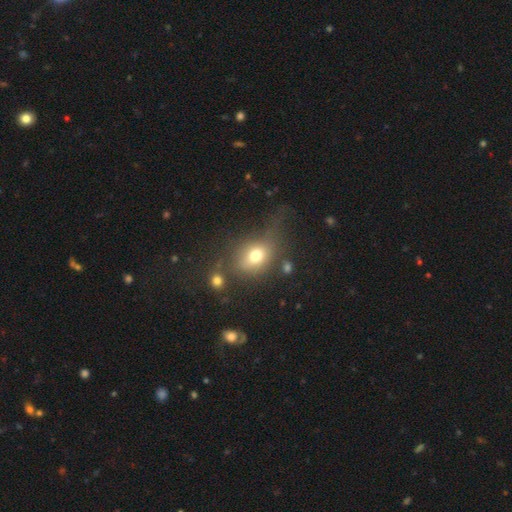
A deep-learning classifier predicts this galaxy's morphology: smooth 72%, featured or disk 15%, star or artifact 13%. Down the decision tree: how rounded — in between (56%); merging — none (49%).